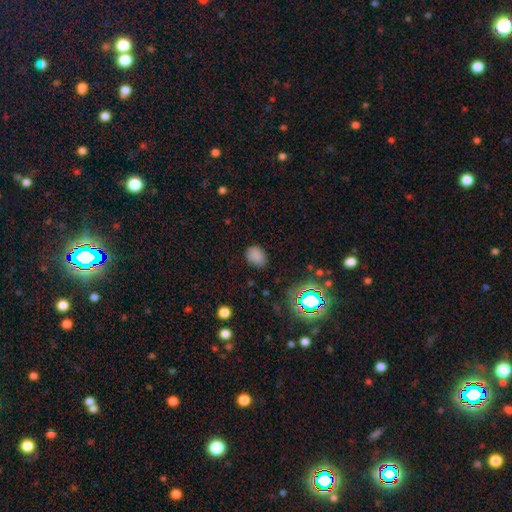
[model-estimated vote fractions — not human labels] A smooth galaxy with no disk features (78%) that is in between round and cigar-shaped (66%).

Vote fractions:
- Smooth or featured? smooth: 78% / star or artifact: 17% / featured or disk: 5%
- How rounded? in between: 66% / round: 33% / cigar-shaped: 1%
- Merging? none: 78% / minor disturbance: 16% / major disturbance: 4% / merger: 2%